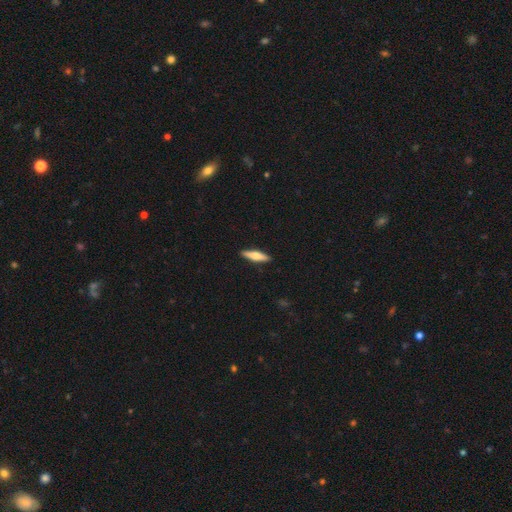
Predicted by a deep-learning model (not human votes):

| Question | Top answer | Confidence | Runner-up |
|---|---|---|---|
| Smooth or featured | smooth | 56% | featured or disk (39%) |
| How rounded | cigar-shaped | 73% | in between (25%) |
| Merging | none | 91% | minor disturbance (7%) |